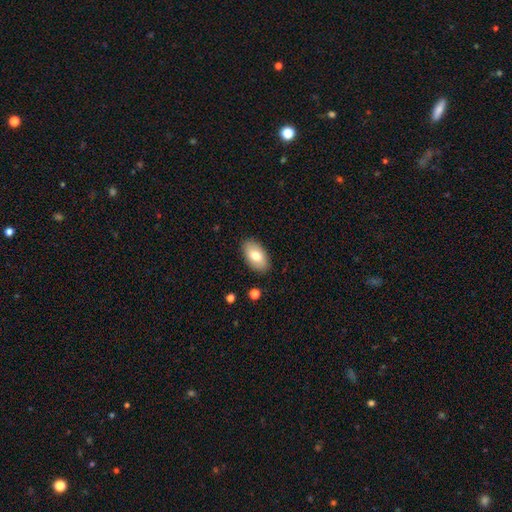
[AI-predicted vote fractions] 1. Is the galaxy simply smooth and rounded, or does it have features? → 76% smooth, 18% featured or disk, 6% star or artifact.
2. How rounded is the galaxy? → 94% in between, 4% round, 2% cigar-shaped.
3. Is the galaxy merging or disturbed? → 87% none, 9% minor disturbance, 2% major disturbance, 1% merger.